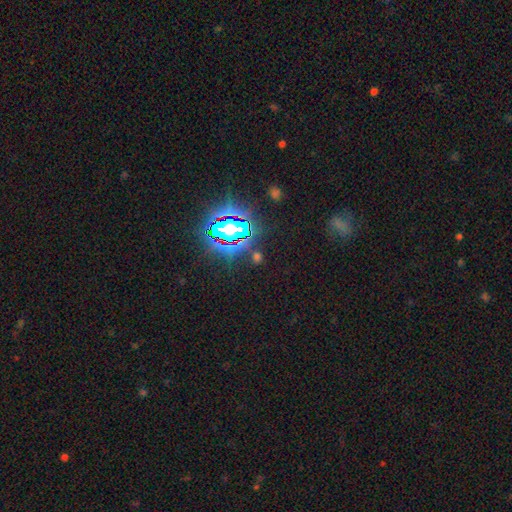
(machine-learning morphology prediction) Overall: star or artifact (75%).